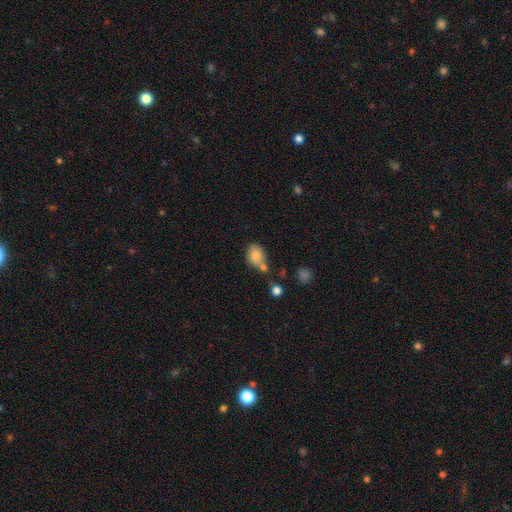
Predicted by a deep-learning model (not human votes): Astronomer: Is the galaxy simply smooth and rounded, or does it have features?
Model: smooth — 79%.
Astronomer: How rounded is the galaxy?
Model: in between — 58% (runner-up: round, 41%).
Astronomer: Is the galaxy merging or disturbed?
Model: none — 45% (runner-up: merger, 32%).